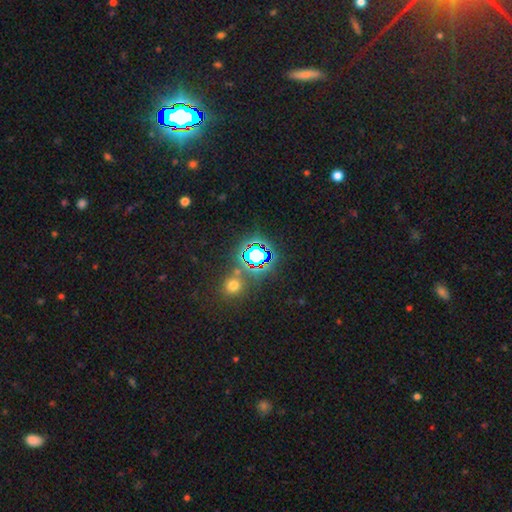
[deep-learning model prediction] The model was most divided on "smooth or featured": star or artifact: 71%, smooth: 18%, featured or disk: 11%.